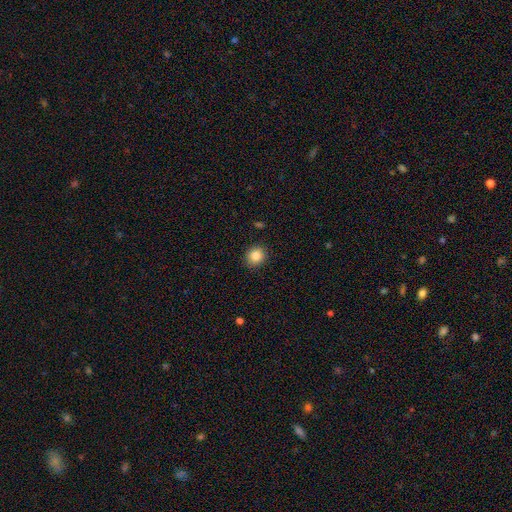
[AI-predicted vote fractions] Morphology: type=smooth (85%); roundness=round (80%); merging=none (90%).